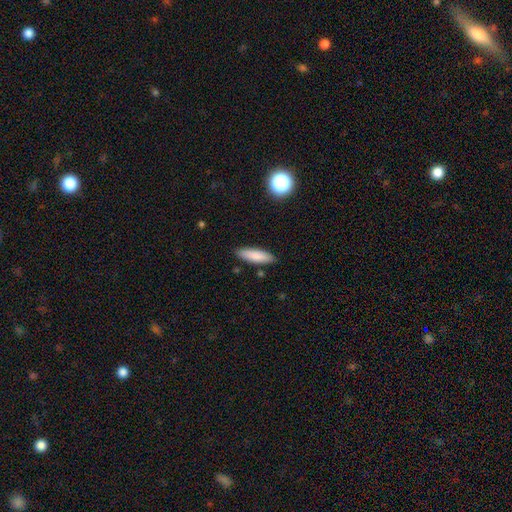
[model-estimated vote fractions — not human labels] smooth_or_featured: smooth (p=0.84) [alt: featured or disk p=0.09]
how_rounded: cigar-shaped (p=0.56) [alt: in between p=0.42]
merging: none (p=0.87) [alt: minor disturbance p=0.09]